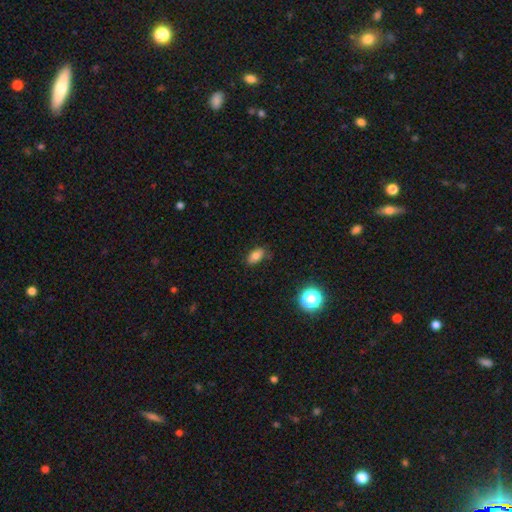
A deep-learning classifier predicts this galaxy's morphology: Smooth or featured?
  - smooth: 79% *
  - star or artifact: 12%
  - featured or disk: 9%
How rounded?
  - in between: 87% *
  - round: 9%
  - cigar-shaped: 4%
Merging?
  - none: 80% *
  - minor disturbance: 15%
  - major disturbance: 3%
  - merger: 1%